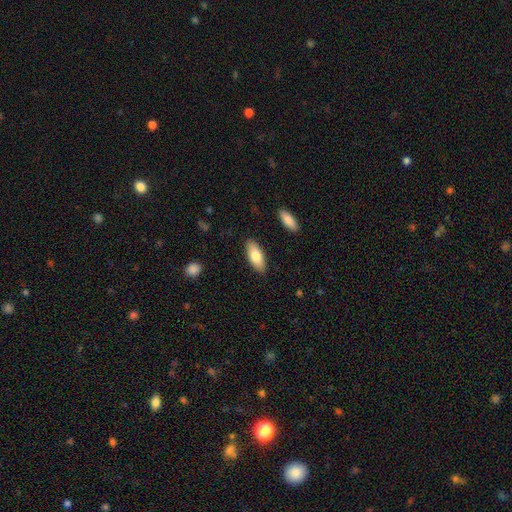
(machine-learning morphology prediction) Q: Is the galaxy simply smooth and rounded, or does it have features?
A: smooth — 77%.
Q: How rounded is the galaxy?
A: in between — 79%.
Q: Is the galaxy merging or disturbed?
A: none — 88%.